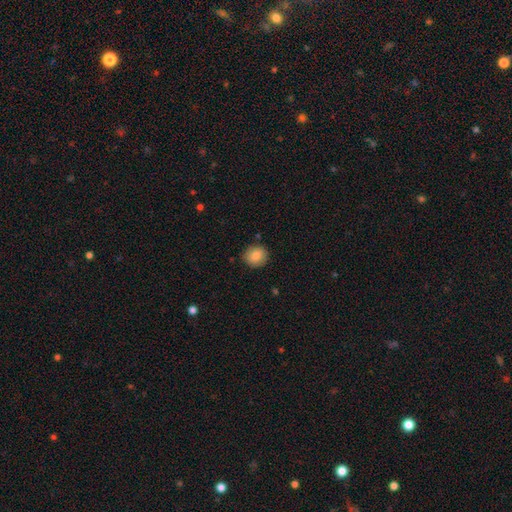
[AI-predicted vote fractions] This is clearly a smooth galaxy (86%). How rounded: clearly round (83%). Merging: clearly none (87%).